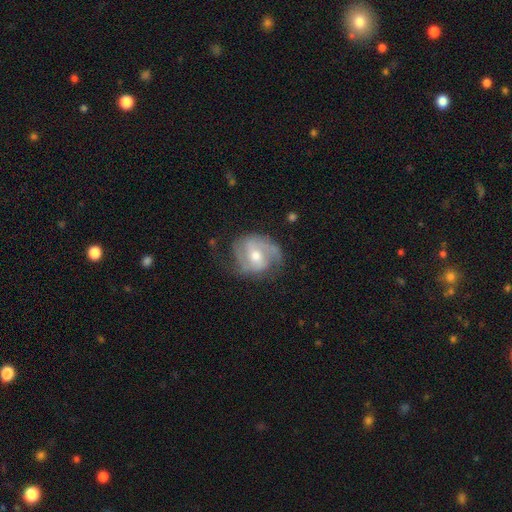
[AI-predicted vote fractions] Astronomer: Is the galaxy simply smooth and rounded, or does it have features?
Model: featured or disk — 78%.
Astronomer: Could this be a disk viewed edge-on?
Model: no — 97%.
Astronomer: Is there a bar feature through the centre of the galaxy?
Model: weak — 44% (runner-up: no, 41%).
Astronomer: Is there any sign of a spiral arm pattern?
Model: yes — 91%.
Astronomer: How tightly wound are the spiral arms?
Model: medium — 46% (runner-up: tight, 33%).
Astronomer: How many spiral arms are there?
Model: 2 — 65%.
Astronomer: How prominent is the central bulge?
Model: moderate — 62%.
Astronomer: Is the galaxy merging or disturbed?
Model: none — 61%.